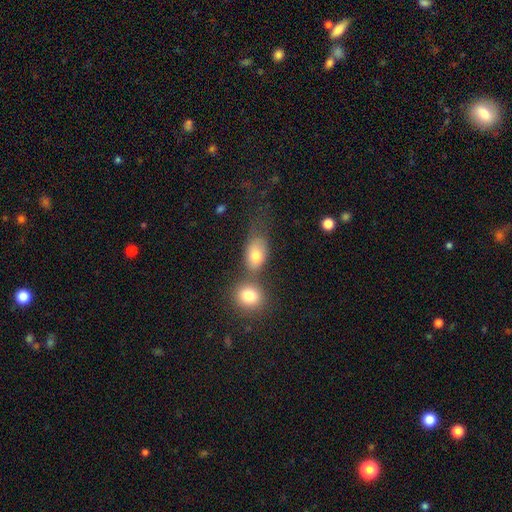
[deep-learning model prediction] Smooth or featured?
  - smooth: 76% *
  - featured or disk: 14%
  - star or artifact: 11%
How rounded?
  - in between: 70% *
  - round: 27%
  - cigar-shaped: 3%
Merging?
  - merger: 41% *
  - none: 36%
  - minor disturbance: 14%
  - major disturbance: 9%